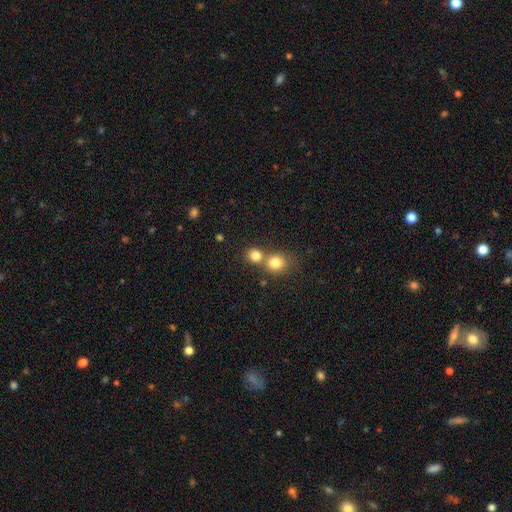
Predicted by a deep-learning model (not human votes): Smooth or featured? Predicted: smooth (p=0.81). How rounded? Predicted: round (p=0.83). Merging? Predicted: none (p=0.47).